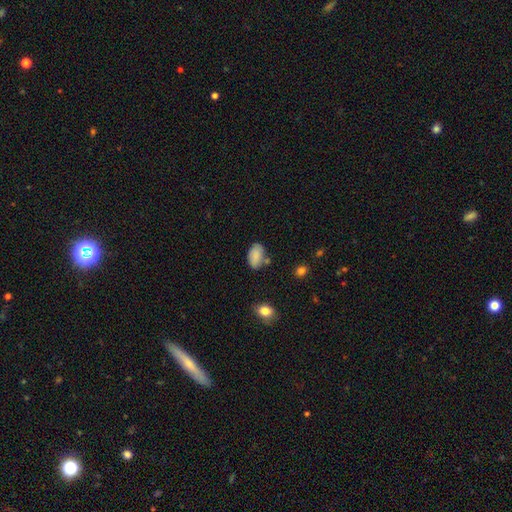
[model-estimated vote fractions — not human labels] Morphology: type=smooth (84%); roundness=in between (92%); merging=none (69%).